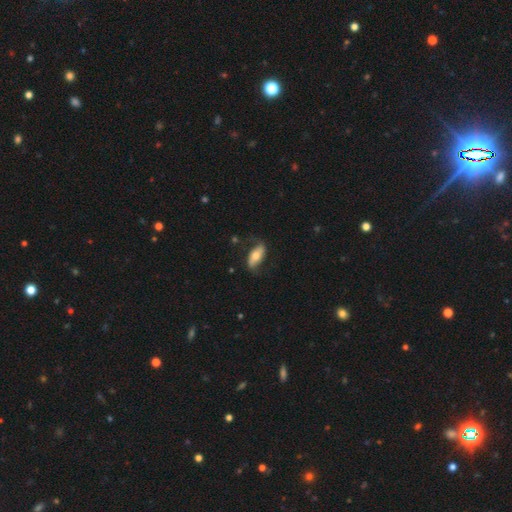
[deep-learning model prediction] This is possibly a featured or disk galaxy (49%). Merging: likely none (67%).